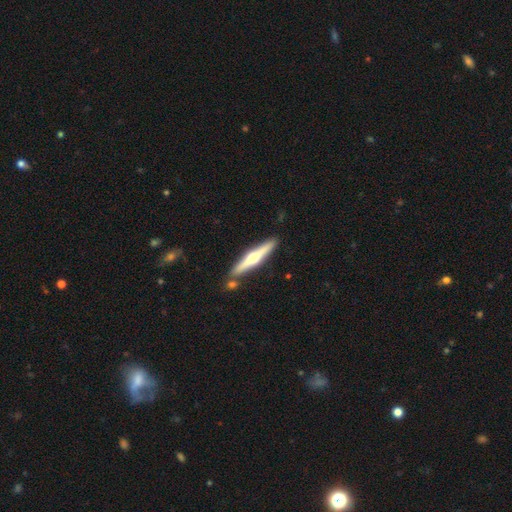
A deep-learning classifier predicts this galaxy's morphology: This is likely a featured or disk galaxy (67%). It is clearly viewed edge-on (97%). Edge-on bulge: clearly rounded (93%). Merging: clearly none (84%).